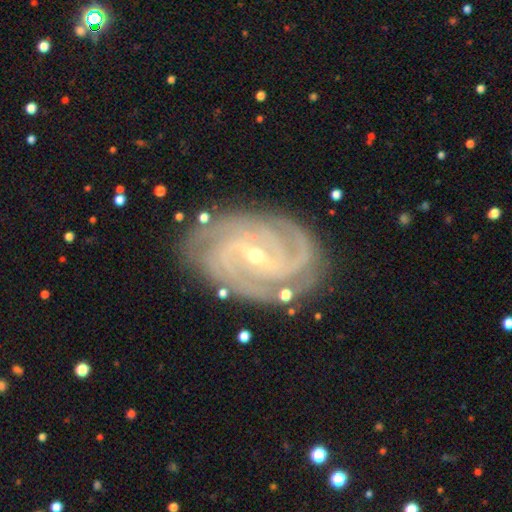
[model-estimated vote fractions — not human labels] This appears to be a featured or disk galaxy (92%) with a weak bar (45%), 3 (28%) tight (64%) spiral arms (98%) and a small central bulge (71%). Merging: none (80%).